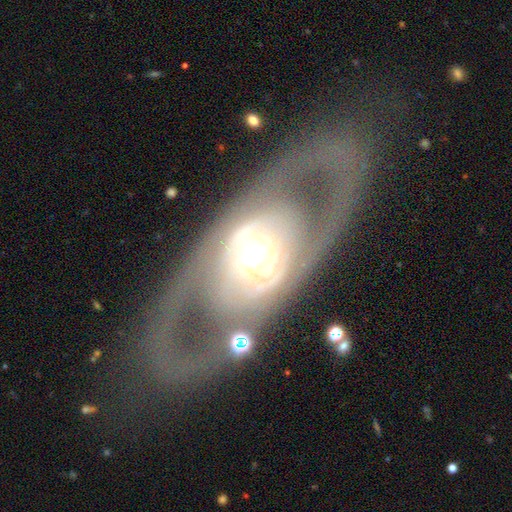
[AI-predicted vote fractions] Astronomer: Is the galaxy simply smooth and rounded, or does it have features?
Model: featured or disk — 78%.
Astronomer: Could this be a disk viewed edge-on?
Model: no — 87%.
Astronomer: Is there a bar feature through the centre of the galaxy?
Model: no — 58%.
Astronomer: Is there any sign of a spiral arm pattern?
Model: no — 53% (runner-up: yes, 47%).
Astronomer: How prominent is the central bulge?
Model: moderate — 55%.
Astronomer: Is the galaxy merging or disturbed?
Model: none — 73%.